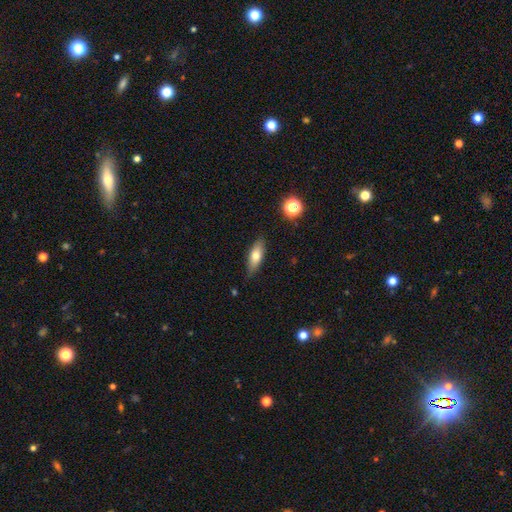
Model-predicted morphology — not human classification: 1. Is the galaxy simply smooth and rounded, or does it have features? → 68% smooth, 25% featured or disk, 7% star or artifact.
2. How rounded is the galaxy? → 59% in between, 38% cigar-shaped, 3% round.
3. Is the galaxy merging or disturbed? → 82% none, 14% minor disturbance, 2% major disturbance, 2% merger.